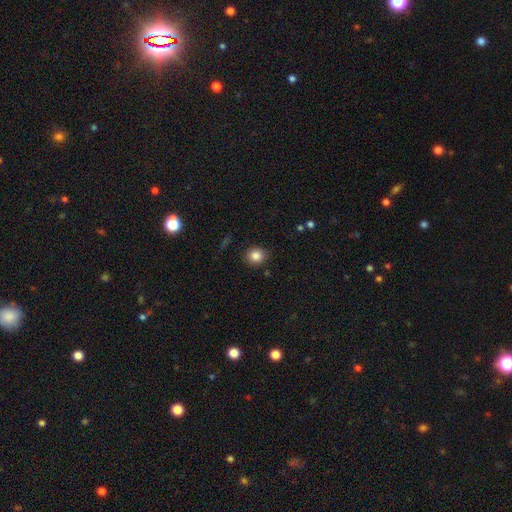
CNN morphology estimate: Smooth or featured?
  - smooth: 85% *
  - star or artifact: 10%
  - featured or disk: 5%
How rounded?
  - round: 75% *
  - in between: 24%
  - cigar-shaped: 1%
Merging?
  - none: 87% *
  - minor disturbance: 9%
  - major disturbance: 3%
  - merger: 1%